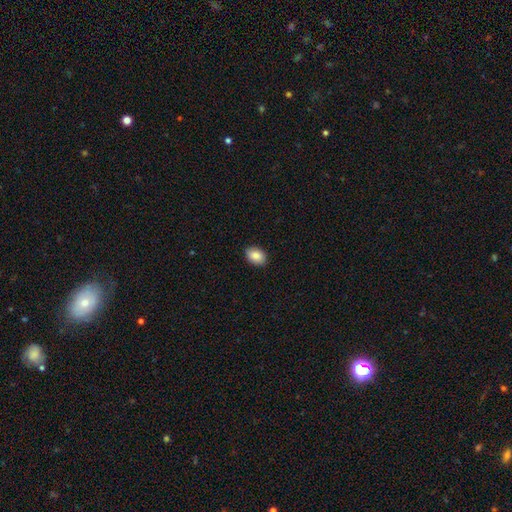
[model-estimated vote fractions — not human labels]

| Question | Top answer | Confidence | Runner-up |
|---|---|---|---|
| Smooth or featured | smooth | 88% | star or artifact (7%) |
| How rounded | in between | 81% | round (18%) |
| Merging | none | 89% | minor disturbance (8%) |